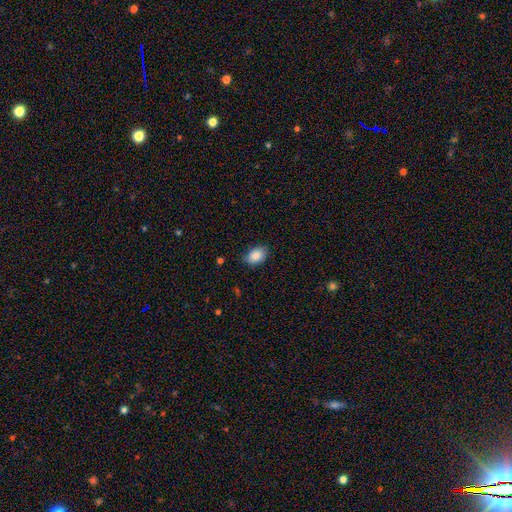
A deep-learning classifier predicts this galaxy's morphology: This is clearly a smooth galaxy (86%). How rounded: clearly in between (83%). Merging: likely none (80%).